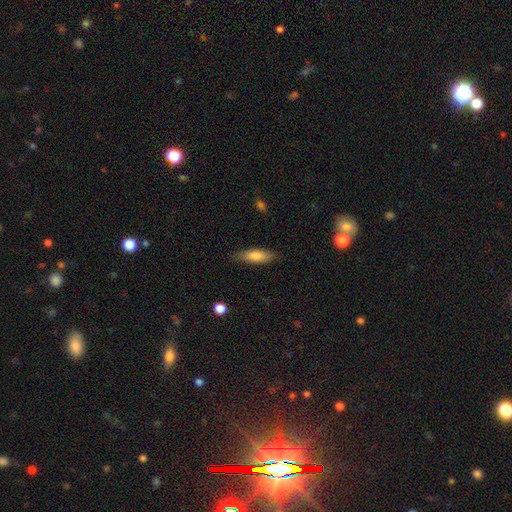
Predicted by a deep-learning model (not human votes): smooth 76%, featured or disk 18%, star or artifact 6%. Down the decision tree: how rounded — cigar-shaped (56%); merging — none (82%).